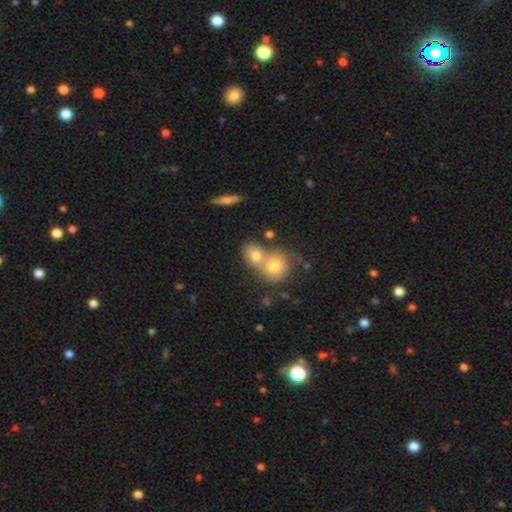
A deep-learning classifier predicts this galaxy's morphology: smooth-or-featured: smooth: 73% | featured or disk: 17% | star or artifact: 10%
  how-rounded: round: 53% | in between: 45% | cigar-shaped: 2%
  merging: merger: 65% | none: 26% | minor disturbance: 6% | major disturbance: 3%